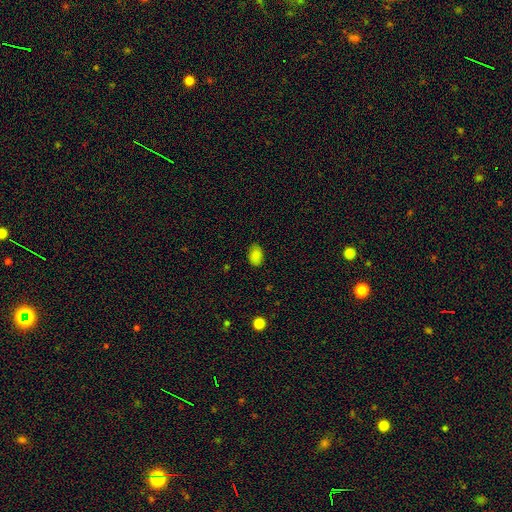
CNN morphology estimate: Q: Smooth or featured?
A: smooth (85%); runner-up: star or artifact (11%)
Q: How rounded?
A: in between (84%); runner-up: round (14%)
Q: Merging?
A: none (82%); runner-up: minor disturbance (14%)